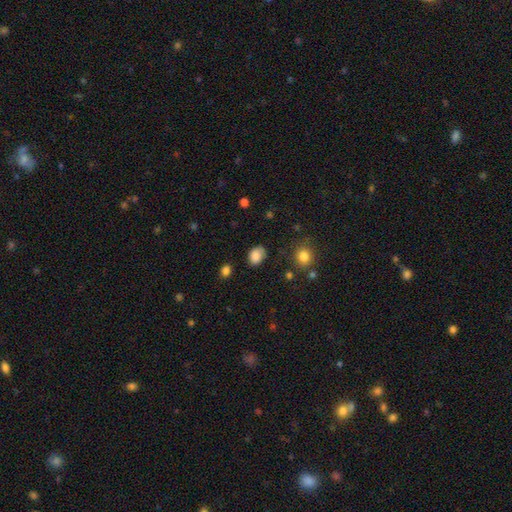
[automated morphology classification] The model was most divided on "how rounded": in between: 69%, round: 30%, cigar-shaped: 1%. More confident: smooth or featured — smooth (84%); merging — none (69%).